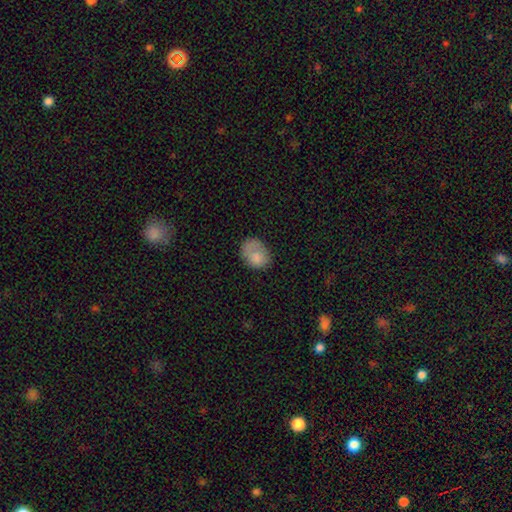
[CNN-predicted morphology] type=smooth (76%); roundness=in between (65%); merging=none (47%).